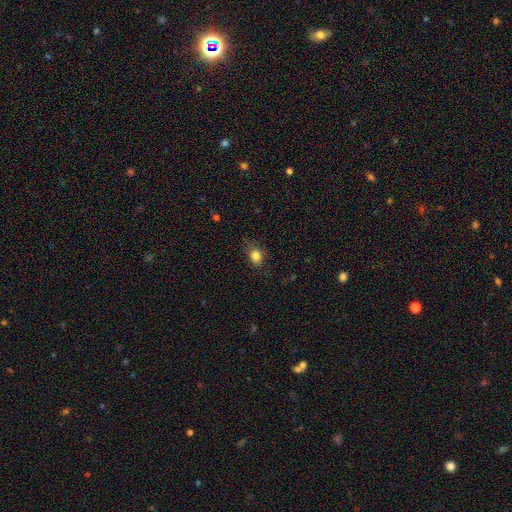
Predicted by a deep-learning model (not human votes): Morphology: type=smooth (83%); roundness=in between (59%); merging=none (74%).